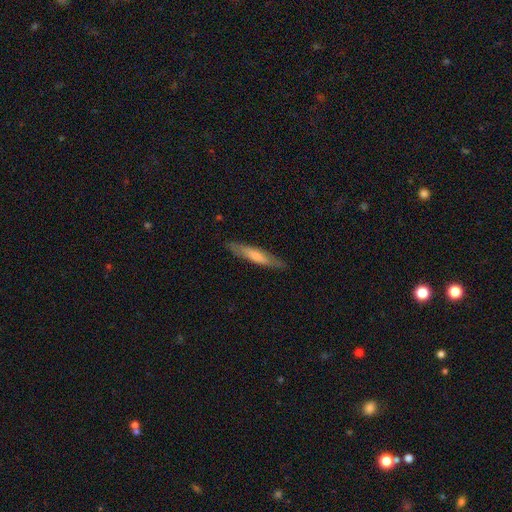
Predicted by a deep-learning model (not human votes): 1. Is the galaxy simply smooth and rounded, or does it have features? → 58% smooth, 36% featured or disk, 6% star or artifact.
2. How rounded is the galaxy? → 89% cigar-shaped, 10% in between, 1% round.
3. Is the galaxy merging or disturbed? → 86% none, 11% minor disturbance, 2% major disturbance, 1% merger.